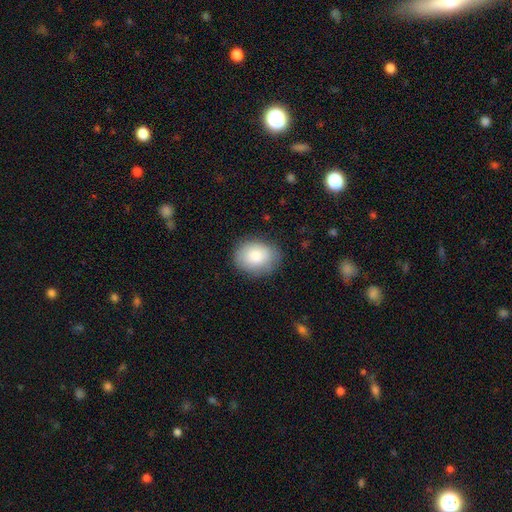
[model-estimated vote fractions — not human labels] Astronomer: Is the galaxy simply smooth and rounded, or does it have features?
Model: smooth — 82%.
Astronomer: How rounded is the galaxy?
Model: in between — 50% (runner-up: round, 49%).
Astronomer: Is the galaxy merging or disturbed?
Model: none — 81%.